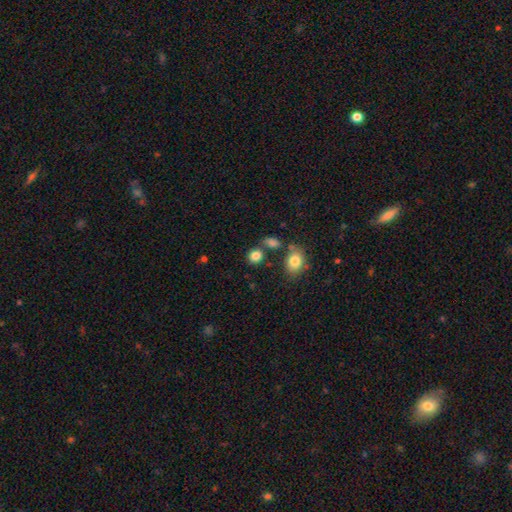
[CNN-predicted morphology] This appears to be a smooth galaxy with no disk features (84%) that is round (73%). Merging: none (71%).